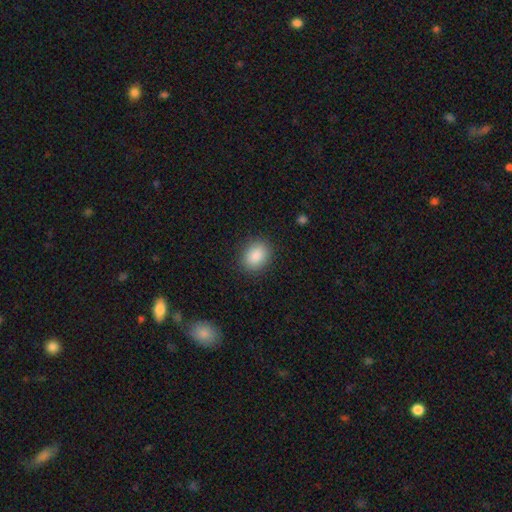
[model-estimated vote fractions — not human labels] A smooth galaxy with no disk features (88%) that is in between round and cigar-shaped (67%).

Vote fractions:
- Smooth or featured? smooth: 88% / star or artifact: 8% / featured or disk: 4%
- How rounded? in between: 67% / round: 32% / cigar-shaped: 1%
- Merging? none: 88% / minor disturbance: 9% / major disturbance: 3% / merger: 1%